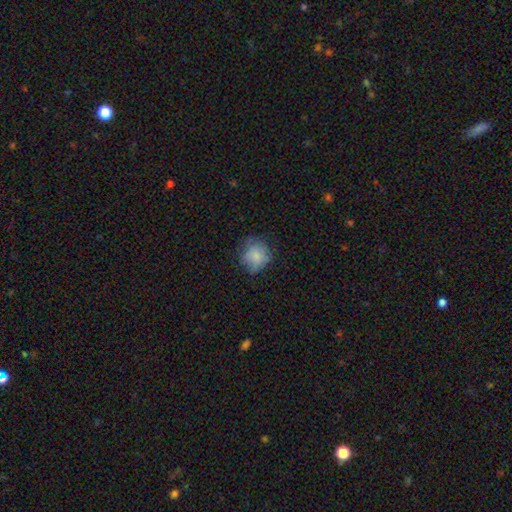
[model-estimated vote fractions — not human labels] A smooth galaxy with no disk features (77%) that is round (80%). Merging: none (60%).